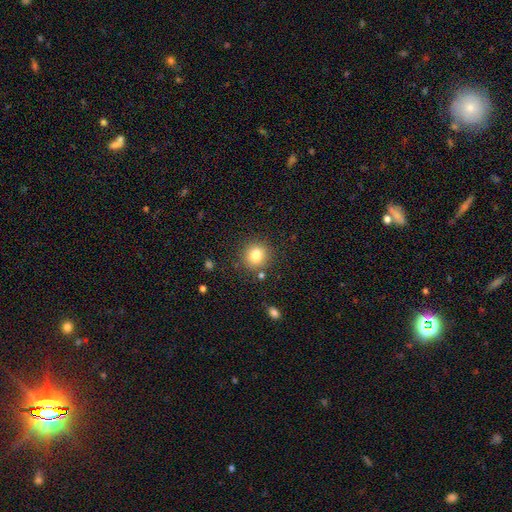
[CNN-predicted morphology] Smooth or featured? smooth (82%)
How rounded? round (83%)
Merging? none (84%)